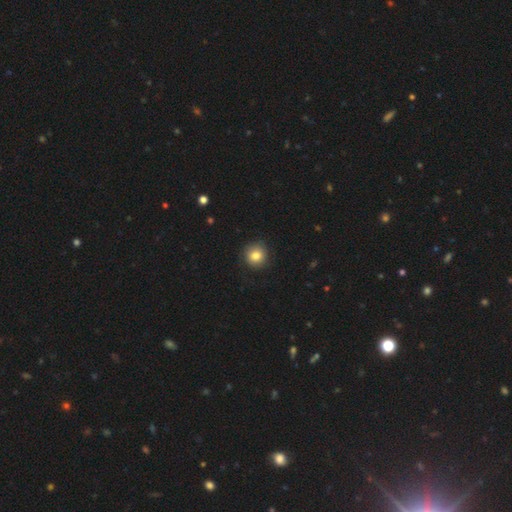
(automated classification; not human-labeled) Smooth or featured? Predicted: smooth (p=0.82). How rounded? Predicted: round (p=0.91). Merging? Predicted: none (p=0.86).